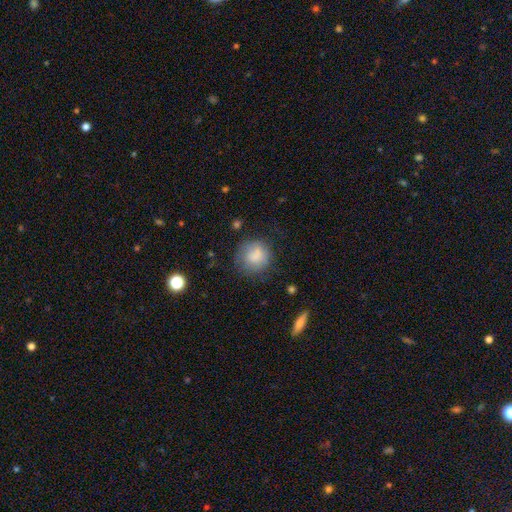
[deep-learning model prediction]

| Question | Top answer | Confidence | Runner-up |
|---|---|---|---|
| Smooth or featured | smooth | 80% | featured or disk (11%) |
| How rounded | round | 86% | in between (13%) |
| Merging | none | 66% | minor disturbance (21%) |